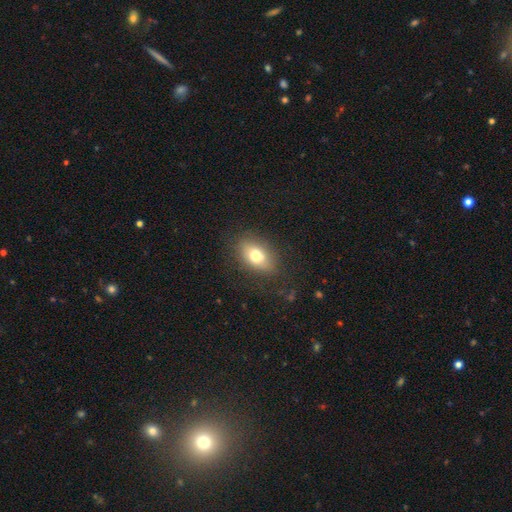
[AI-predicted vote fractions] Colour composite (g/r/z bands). It shows a smooth galaxy with no disk features (73%) that is in between round and cigar-shaped (81%). Merging: none (81%).